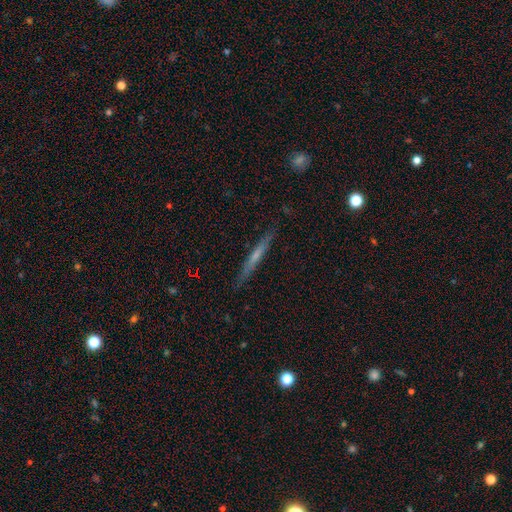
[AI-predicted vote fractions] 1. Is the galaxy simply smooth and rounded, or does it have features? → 49% featured or disk, 45% smooth, 6% star or artifact.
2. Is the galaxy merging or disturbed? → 87% none, 9% minor disturbance, 2% major disturbance, 1% merger.